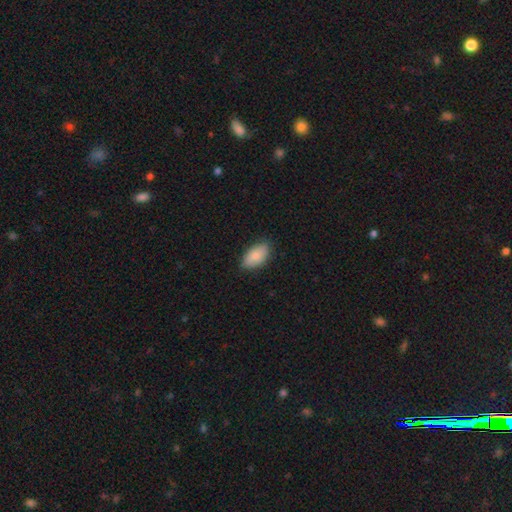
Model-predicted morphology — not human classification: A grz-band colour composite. It shows a smooth galaxy with no disk features (85%) that is in between round and cigar-shaped (94%). Merging: none (84%).